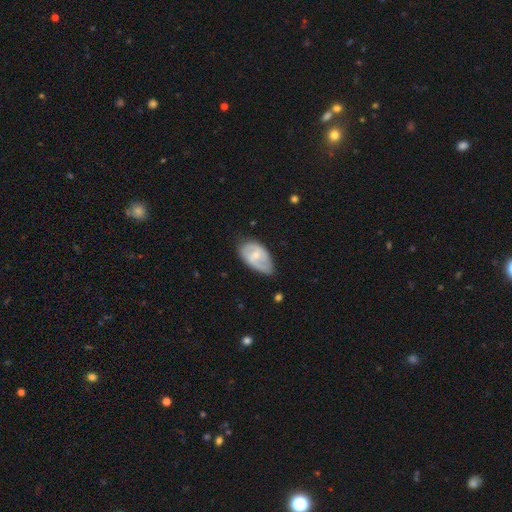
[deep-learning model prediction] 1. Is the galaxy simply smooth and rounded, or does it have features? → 57% featured or disk, 38% smooth, 6% star or artifact.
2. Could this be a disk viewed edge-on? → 95% no, 5% yes.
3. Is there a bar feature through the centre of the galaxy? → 45% no, 44% weak, 11% strong.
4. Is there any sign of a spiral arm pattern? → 75% yes, 25% no.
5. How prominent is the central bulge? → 57% small, 37% moderate, 3% none, 1% large, 1% dominant.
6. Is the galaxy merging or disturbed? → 52% none, 36% minor disturbance, 10% major disturbance, 2% merger.